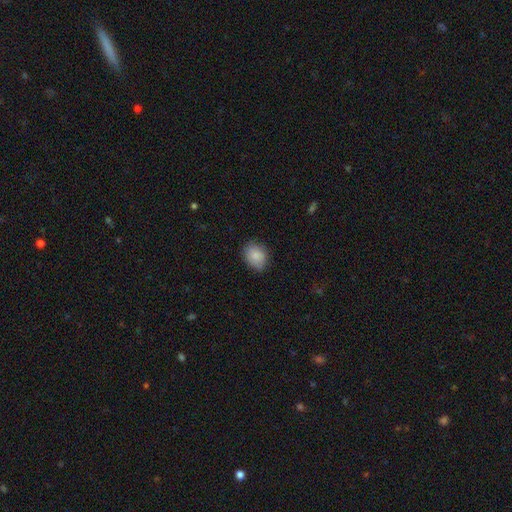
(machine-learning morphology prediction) Smooth or featured: smooth — 86% (star or artifact — 8%)
How rounded: in between — 54% (round — 45%)
Merging: none — 76% (minor disturbance — 20%)